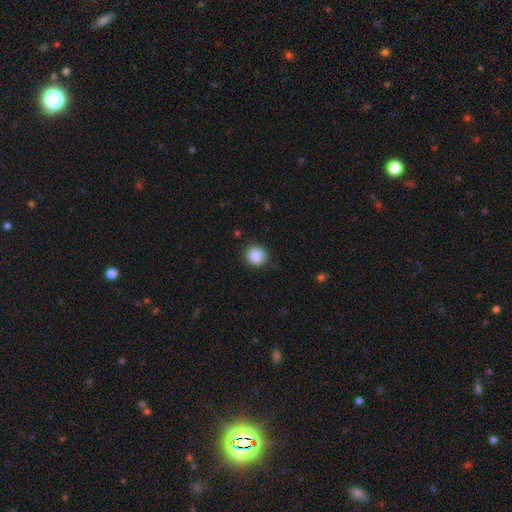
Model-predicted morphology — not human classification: Smooth or featured? Predicted: smooth (p=0.88). How rounded? Predicted: round (p=0.90). Merging? Predicted: none (p=0.86).